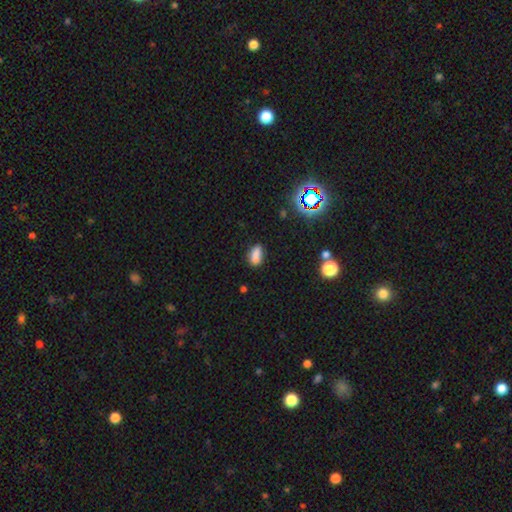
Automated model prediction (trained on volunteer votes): This is likely a smooth galaxy (76%). How rounded: clearly in between (82%). Merging: likely none (60%).